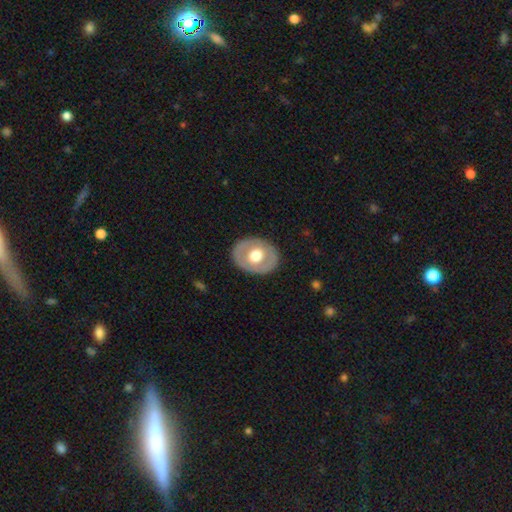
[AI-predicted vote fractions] Overall: featured or disk (48%; smooth 47%). Merging: none (84%).